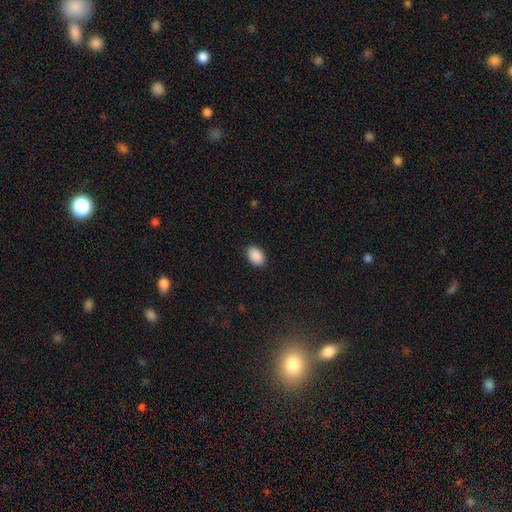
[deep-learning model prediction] The model was most divided on "how rounded": in between: 87%, round: 12%, cigar-shaped: 1%. More confident: smooth or featured — smooth (91%); merging — none (89%).